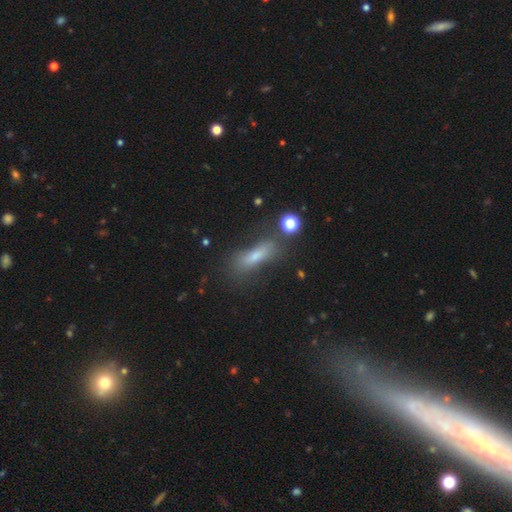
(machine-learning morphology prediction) Q: Smooth or featured?
A: smooth (64%); runner-up: featured or disk (23%)
Q: How rounded?
A: cigar-shaped (55%); runner-up: in between (41%)
Q: Merging?
A: none (58%); runner-up: minor disturbance (21%)